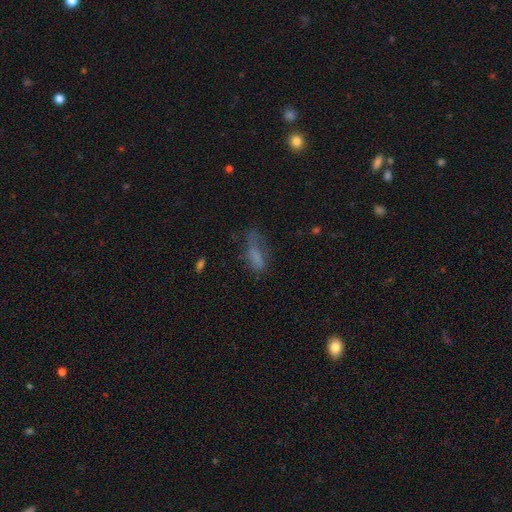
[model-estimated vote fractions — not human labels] smooth 66%, featured or disk 20%, star or artifact 14%. Down the decision tree: how rounded — in between (64%); merging — none (39%).